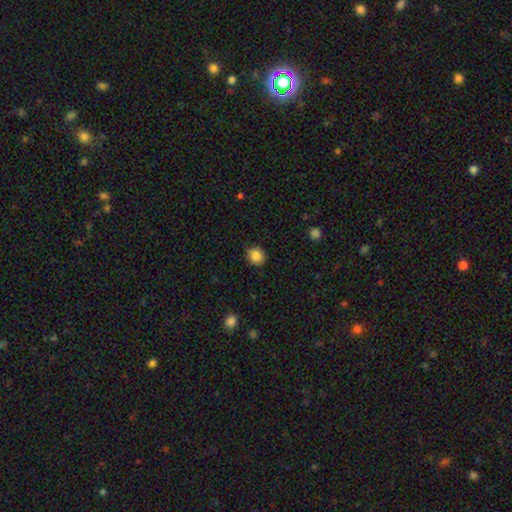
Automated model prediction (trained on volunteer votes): smooth-or-featured: smooth: 86% | star or artifact: 9% | featured or disk: 4%
  how-rounded: round: 74% | in between: 25% | cigar-shaped: 1%
  merging: none: 88% | minor disturbance: 8% | major disturbance: 2% | merger: 1%